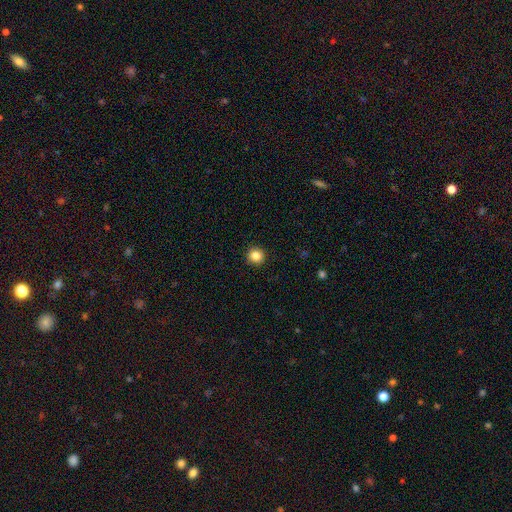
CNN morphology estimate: Smooth or featured: smooth — 85% (star or artifact — 10%)
How rounded: round — 94% (in between — 5%)
Merging: none — 93% (minor disturbance — 5%)